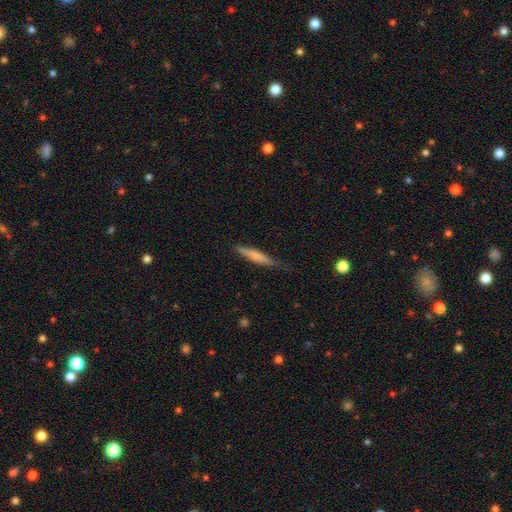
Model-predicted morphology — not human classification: smooth_or_featured: smooth (p=0.65) [alt: featured or disk p=0.29]
how_rounded: cigar-shaped (p=0.90) [alt: in between p=0.09]
merging: none (p=0.71) [alt: minor disturbance p=0.23]